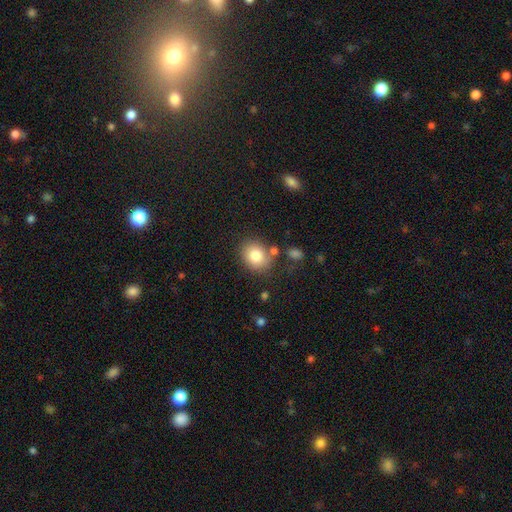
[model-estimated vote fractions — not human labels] Smooth or featured: smooth — 82% (featured or disk — 9%)
How rounded: round — 59% (in between — 40%)
Merging: none — 73% (minor disturbance — 14%)